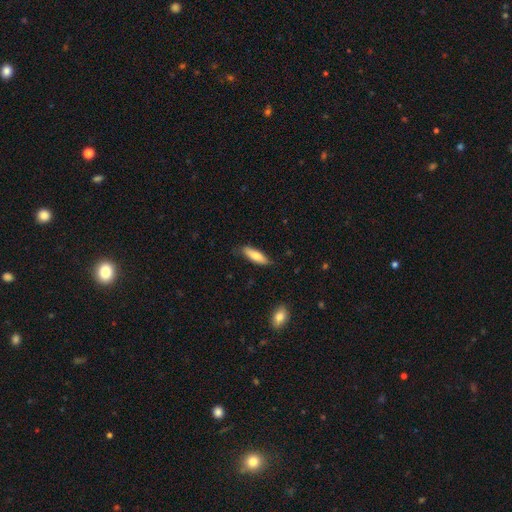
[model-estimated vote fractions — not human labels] smooth-or-featured: smooth: 78% | featured or disk: 16% | star or artifact: 6%
  how-rounded: in between: 49% (tied) | cigar-shaped: 49% (tied) | round: 2%
  merging: none: 79% | minor disturbance: 17% | major disturbance: 3% | merger: 1%